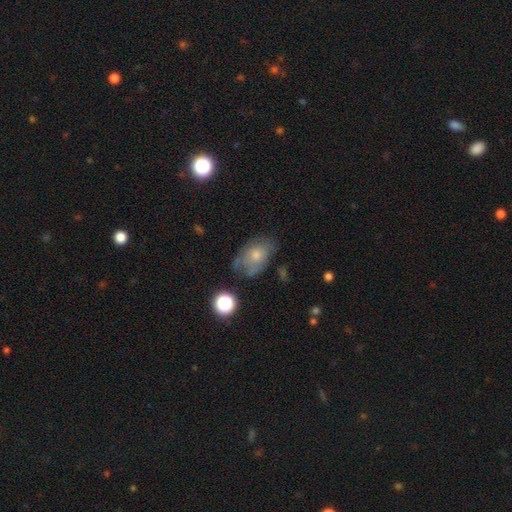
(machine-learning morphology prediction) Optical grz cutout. It shows a smooth galaxy with no disk features (61%) that is in between round and cigar-shaped (80%). Merging: none (50%).